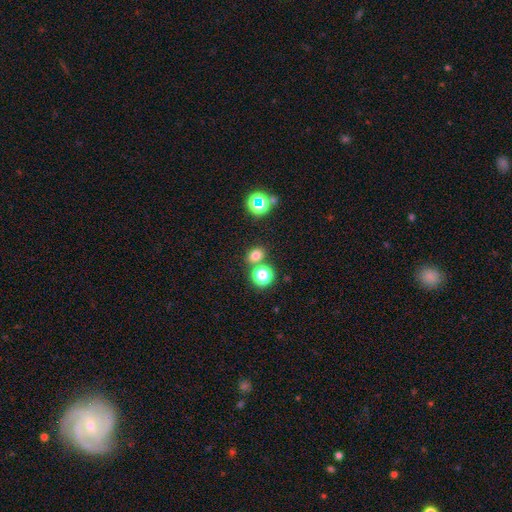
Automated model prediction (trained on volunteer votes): This appears to be a smooth galaxy with no disk features (72%) that is round (58%). Merging: none (73%).